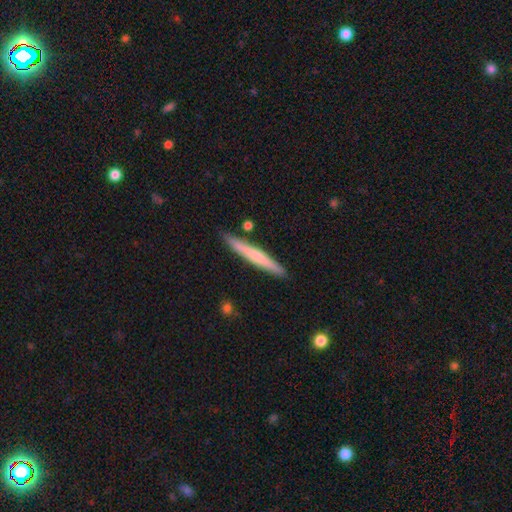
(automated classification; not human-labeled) Overall: smooth (57%; featured or disk 38%). How rounded: cigar-shaped (96%). Merging: none (88%).